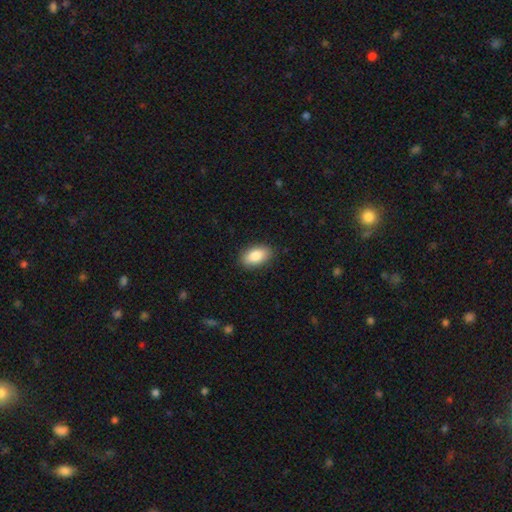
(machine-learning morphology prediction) Overall: smooth (86%). How rounded: in between (93%). Merging: none (88%).